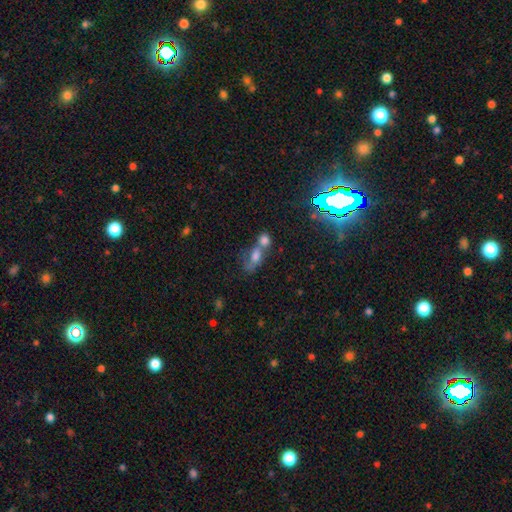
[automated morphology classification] Smooth or featured? Predicted: smooth (p=0.57). How rounded? Predicted: in between (p=0.69). Merging? Predicted: merger (p=0.62).